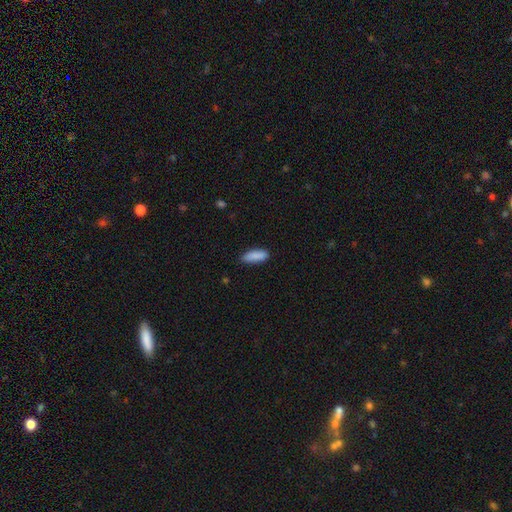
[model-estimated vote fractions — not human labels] smooth-or-featured: smooth: 89% | star or artifact: 6% | featured or disk: 5%
  how-rounded: in between: 66% | cigar-shaped: 32% | round: 2%
  merging: none: 84% | minor disturbance: 13% | major disturbance: 2% | merger: 1%